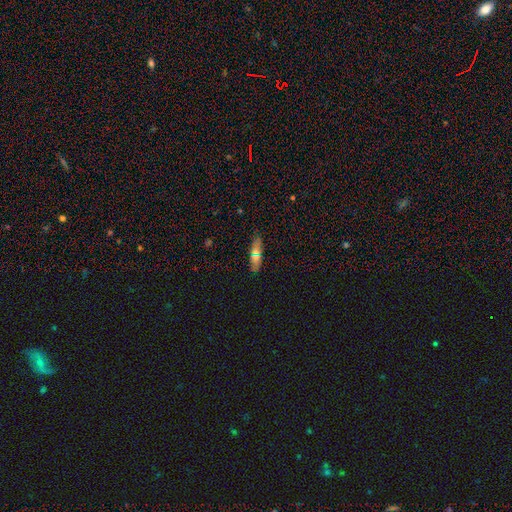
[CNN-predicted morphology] smooth-or-featured: smooth: 66% | featured or disk: 20% | star or artifact: 14%
  how-rounded: in between: 50% | cigar-shaped: 46% | round: 4%
  merging: none: 87% | minor disturbance: 9% | major disturbance: 2% | merger: 2%